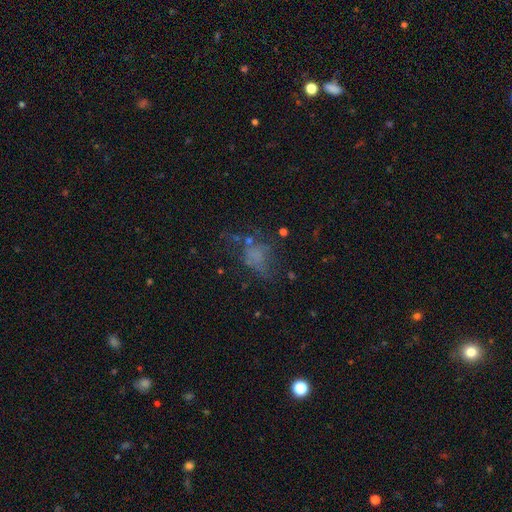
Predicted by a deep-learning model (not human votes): smooth 41%, featured or disk 36%, star or artifact 24%. Down the decision tree: merging — none (38%).